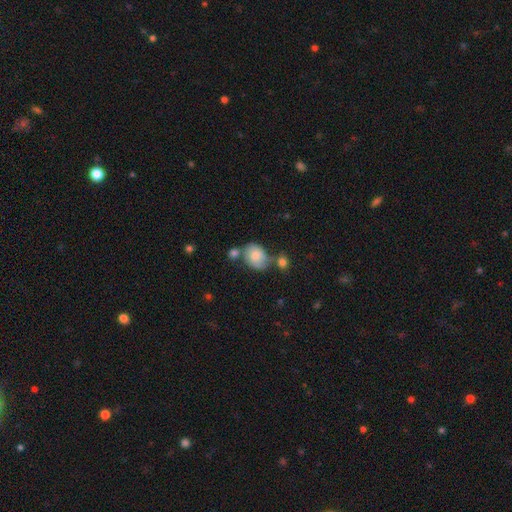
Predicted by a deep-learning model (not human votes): Overall: smooth (67%). How rounded: in between (56%; round 43%). Merging: none (42%; minor disturbance 24%).